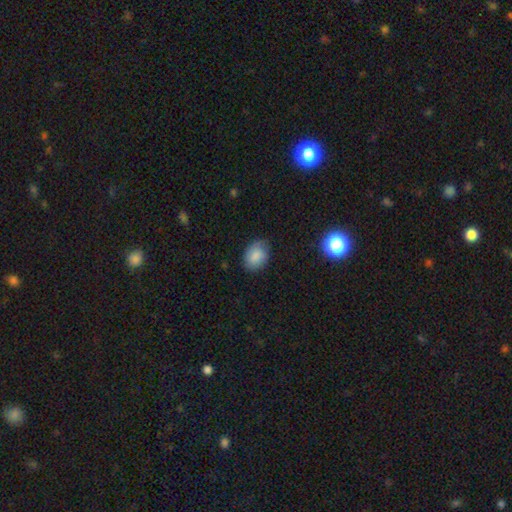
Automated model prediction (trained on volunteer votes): Morphology: type=smooth (83%); roundness=in between (69%); merging=none (74%).